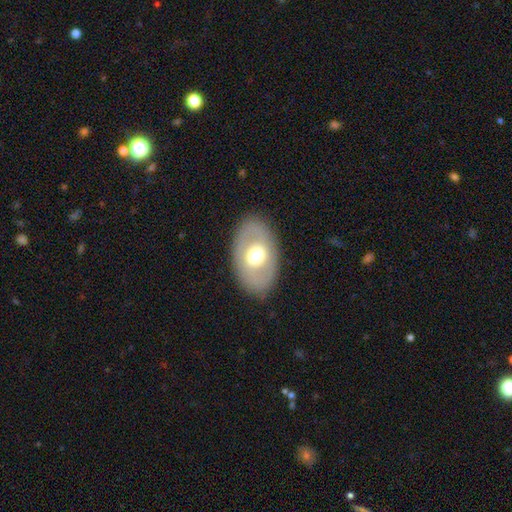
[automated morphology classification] type=smooth (52%); roundness=in between (84%); merging=none (84%).